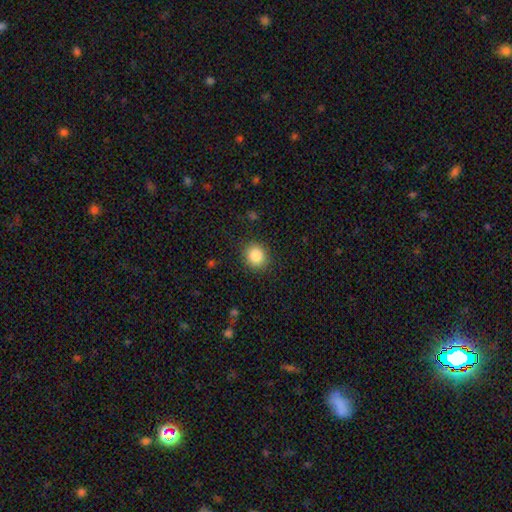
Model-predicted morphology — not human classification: smooth-or-featured: smooth: 86% | star or artifact: 9% | featured or disk: 5%
  how-rounded: round: 81% | in between: 18% | cigar-shaped: 1%
  merging: none: 88% | minor disturbance: 8% | major disturbance: 3% | merger: 1%